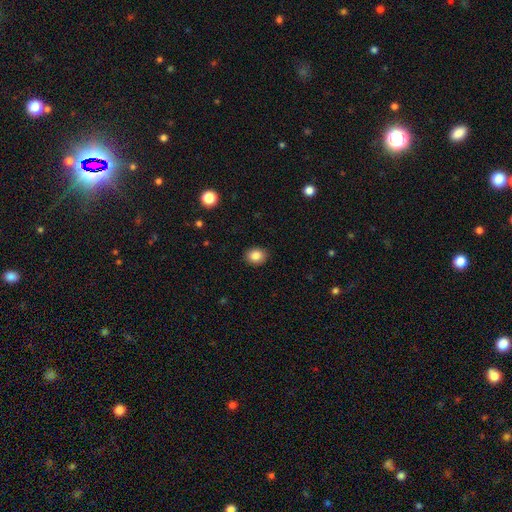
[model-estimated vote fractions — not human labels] smooth_or_featured: smooth (p=0.86) [alt: star or artifact p=0.09]
how_rounded: round (p=0.55) [alt: in between p=0.44]
merging: none (p=0.89) [alt: minor disturbance p=0.08]